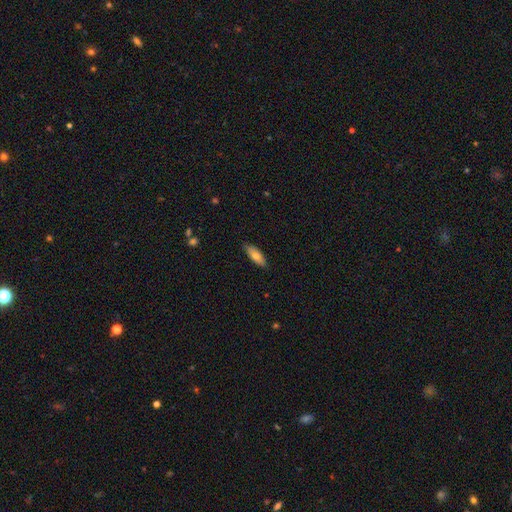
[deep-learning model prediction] smooth_or_featured: smooth (p=0.70) [alt: featured or disk p=0.23]
how_rounded: in between (p=0.67) [alt: cigar-shaped p=0.31]
merging: none (p=0.86) [alt: minor disturbance p=0.11]